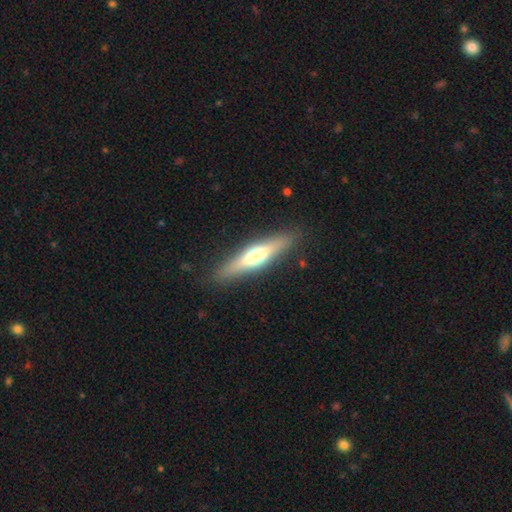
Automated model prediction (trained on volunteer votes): Q: Smooth or featured?
A: featured or disk (50%); runner-up: smooth (43%)
Q: Edge-on disk?
A: yes (90%); runner-up: no (10%)
Q: Merging?
A: none (88%); runner-up: minor disturbance (8%)